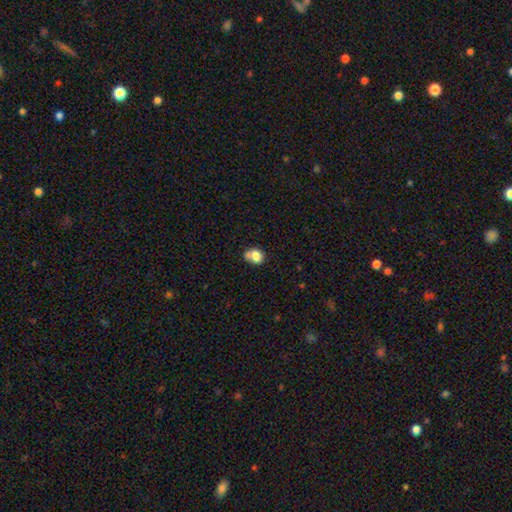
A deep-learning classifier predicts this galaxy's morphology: Smooth or featured: smooth — 78% (featured or disk — 12%)
How rounded: in between — 50% (round — 49%)
Merging: none — 38% (merger — 29%)